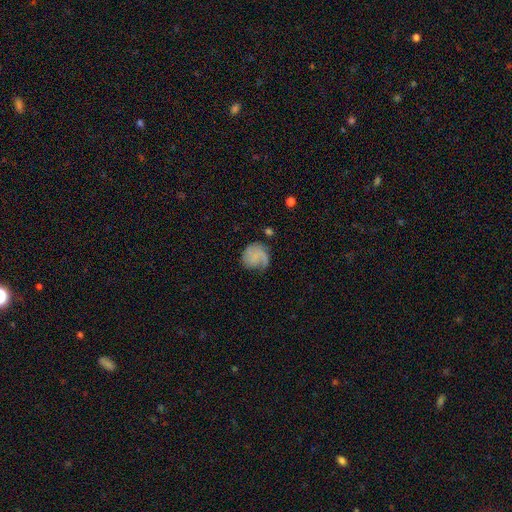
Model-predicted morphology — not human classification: Smooth or featured? Predicted: smooth (p=0.46). Merging? Predicted: none (p=0.53).